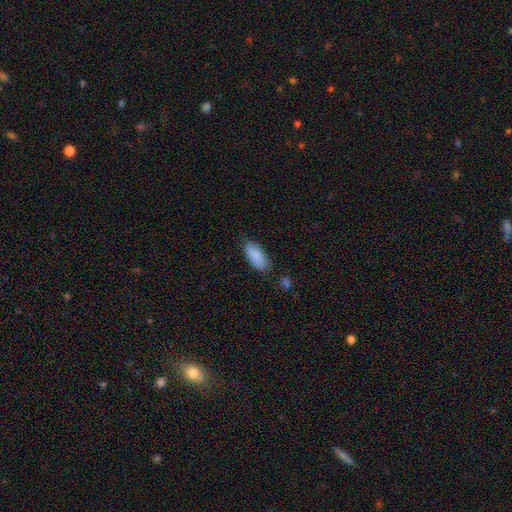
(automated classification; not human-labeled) Smooth or featured? smooth (87%)
How rounded? in between (85%)
Merging? none (80%)